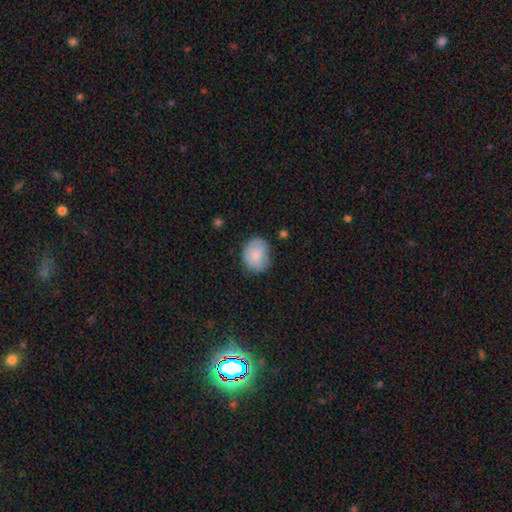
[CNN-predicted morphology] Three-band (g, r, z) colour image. It shows a smooth galaxy with no disk features (83%) that is round (52%). Merging: none (70%).